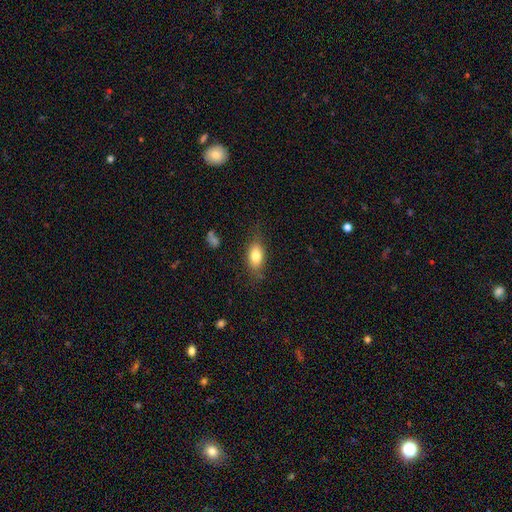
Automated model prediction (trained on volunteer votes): Overall: smooth (79%). How rounded: in between (86%). Merging: none (76%).